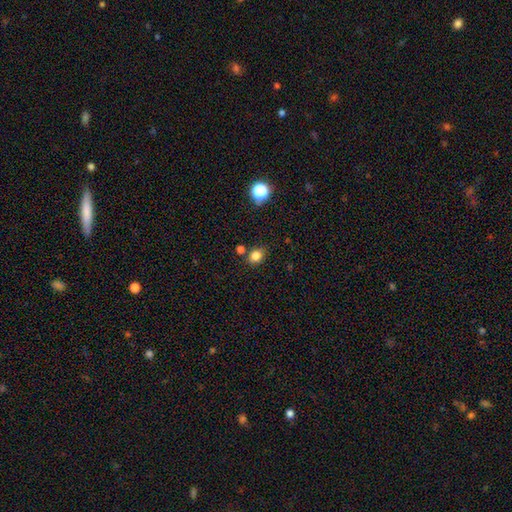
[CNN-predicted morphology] type=smooth (82%); roundness=round (55%); merging=none (77%).